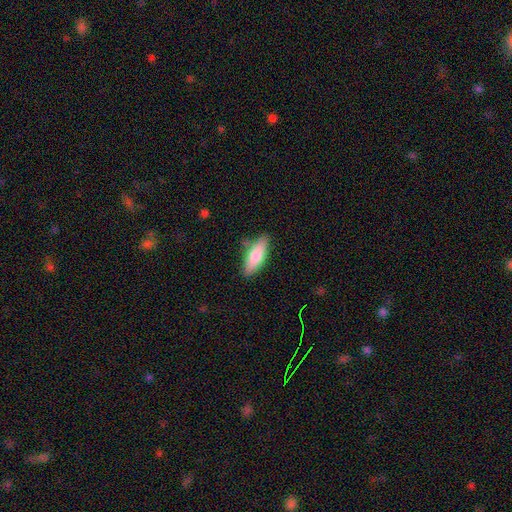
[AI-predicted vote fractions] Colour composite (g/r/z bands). It shows a smooth galaxy with no disk features (77%) that is in between round and cigar-shaped (56%). Merging: none (80%).